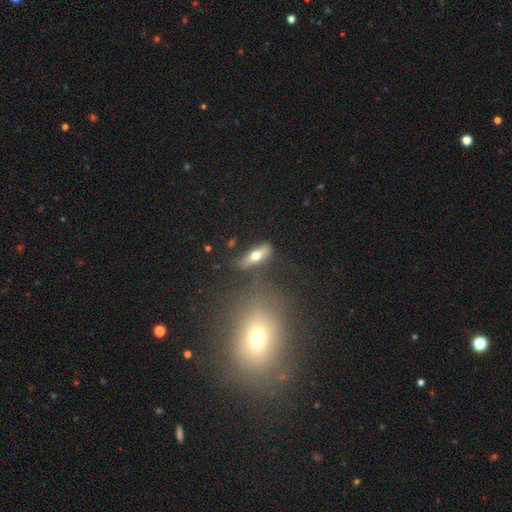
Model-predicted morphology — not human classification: type=smooth (56%); roundness=in between (54%); merging=none (66%).